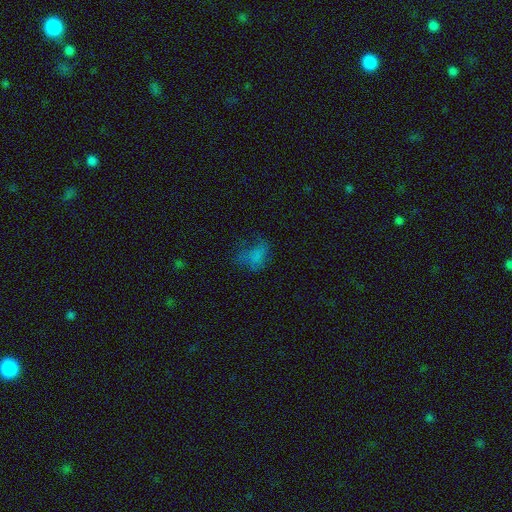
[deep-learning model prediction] The model was most divided on "merging": major disturbance: 38%, none: 36%, minor disturbance: 23%, merger: 3%. More confident: how rounded — in between (77%); smooth or featured — smooth (60%).